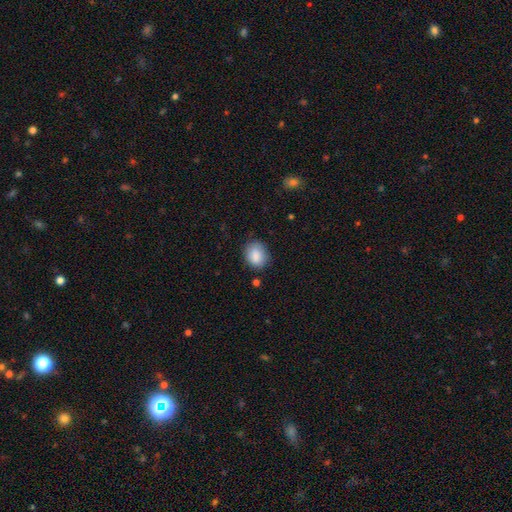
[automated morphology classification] smooth-or-featured: smooth: 87% | star or artifact: 8% | featured or disk: 6%
  how-rounded: in between: 51% | round: 48% | cigar-shaped: 1%
  merging: none: 79% | minor disturbance: 16% | major disturbance: 3% | merger: 2%